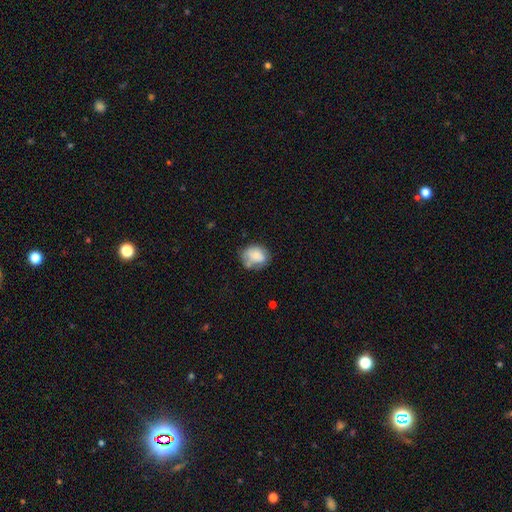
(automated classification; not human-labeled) A smooth galaxy with no disk features (74%) that is in between round and cigar-shaped (53%). Merging: none (52%).